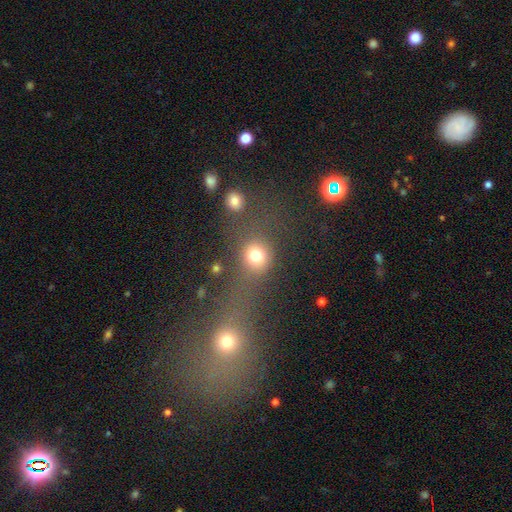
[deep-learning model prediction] smooth 76%, star or artifact 15%, featured or disk 9%. Down the decision tree: how rounded — round (77%); merging — none (54%).